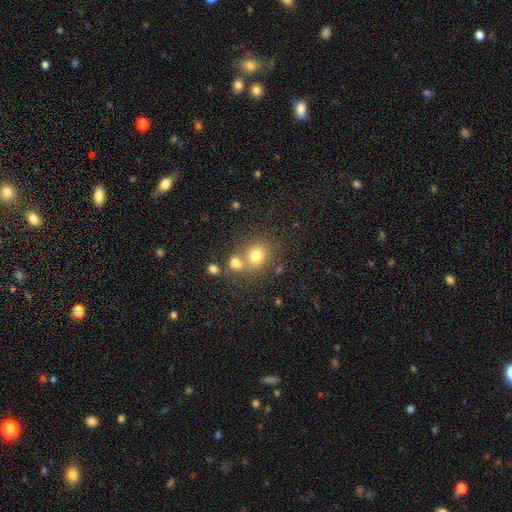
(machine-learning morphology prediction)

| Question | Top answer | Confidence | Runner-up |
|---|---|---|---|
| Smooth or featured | smooth | 74% | star or artifact (14%) |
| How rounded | round | 66% | in between (33%) |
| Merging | none | 53% | merger (32%) |